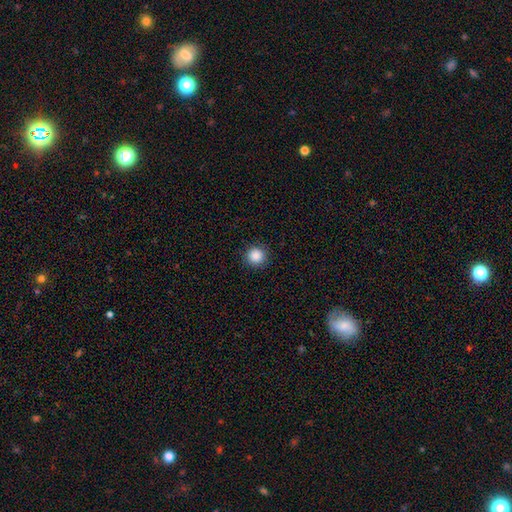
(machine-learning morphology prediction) Overall: smooth (87%). How rounded: round (95%). Merging: none (91%).